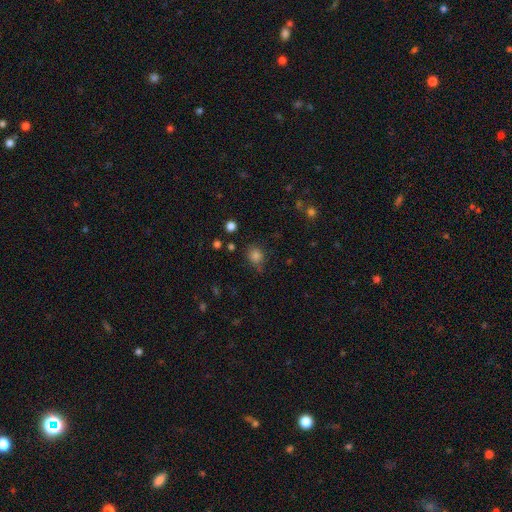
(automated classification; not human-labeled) The model was most divided on "how rounded": round: 62%, in between: 37%, cigar-shaped: 1%. More confident: smooth or featured — smooth (81%); merging — none (71%).